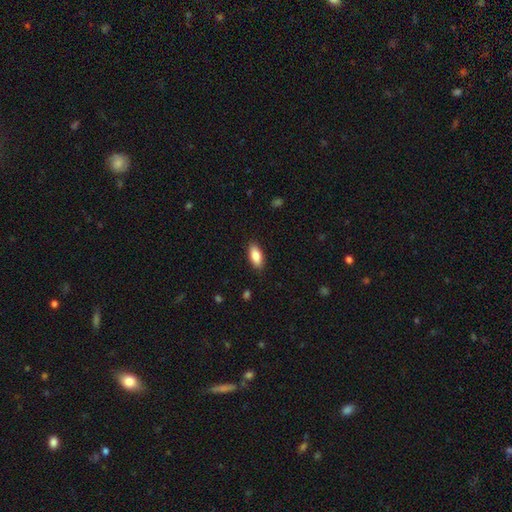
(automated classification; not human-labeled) Smooth or featured? smooth (87%)
How rounded? in between (87%)
Merging? none (88%)